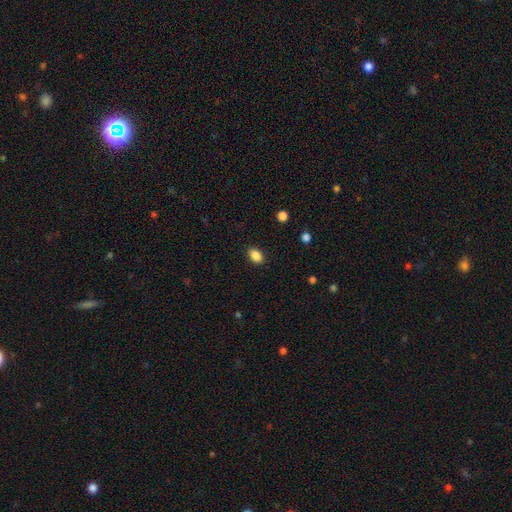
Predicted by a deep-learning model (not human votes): smooth 87%, star or artifact 9%, featured or disk 4%. Down the decision tree: how rounded — in between (86%); merging — none (89%).